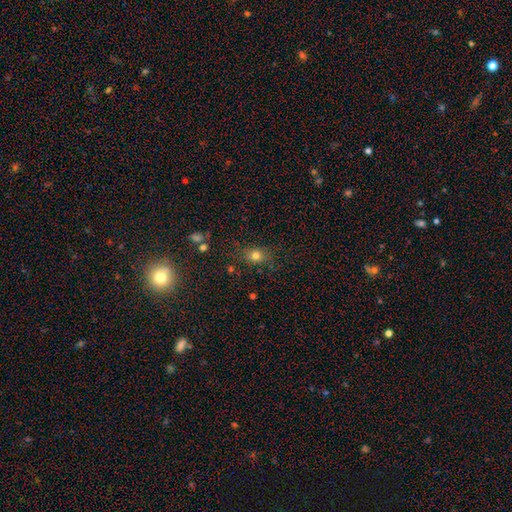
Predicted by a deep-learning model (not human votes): Smooth or featured: smooth — 75% (star or artifact — 16%)
How rounded: round — 56% (in between — 42%)
Merging: none — 77% (minor disturbance — 15%)